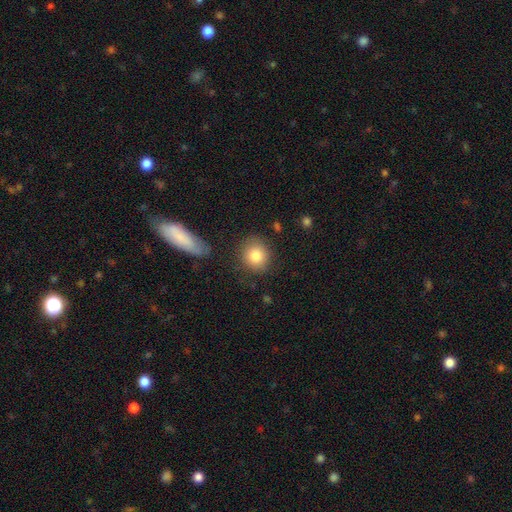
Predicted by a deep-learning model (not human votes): A smooth galaxy with no disk features (83%) that is round (84%). Merging: none (82%).